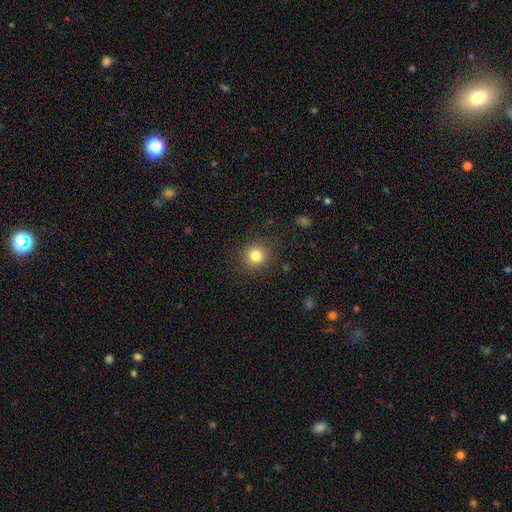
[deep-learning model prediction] Overall: smooth (82%). How rounded: round (89%). Merging: none (89%).